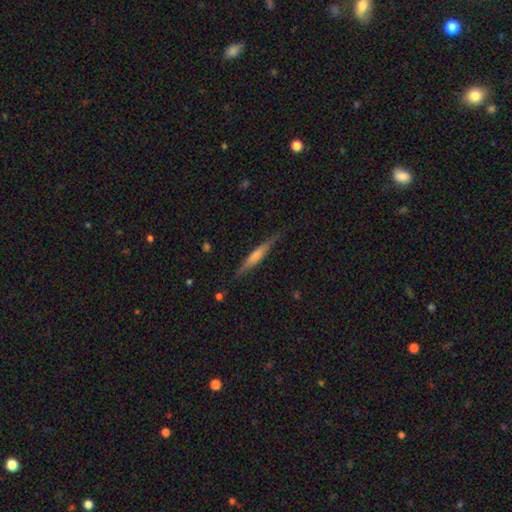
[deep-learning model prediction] Q: Smooth or featured?
A: featured or disk (55%); runner-up: smooth (39%)
Q: Edge-on disk?
A: yes (96%); runner-up: no (4%)
Q: Edge-on bulge?
A: rounded (49%); runner-up: none (34%)
Q: Merging?
A: none (85%); runner-up: minor disturbance (11%)